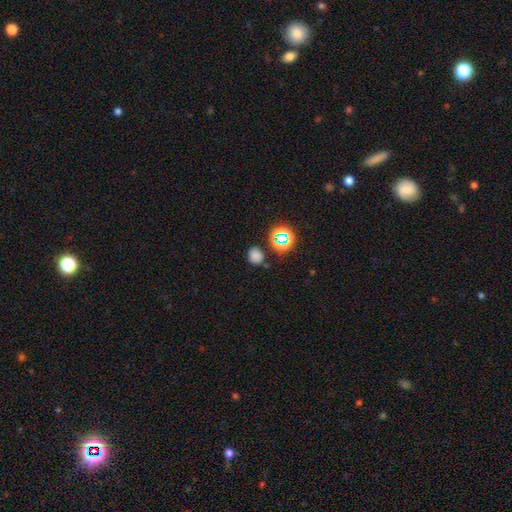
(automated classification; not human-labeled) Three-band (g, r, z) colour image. It shows a smooth galaxy with no disk features (71%) that is round (68%). Merging: none (77%).